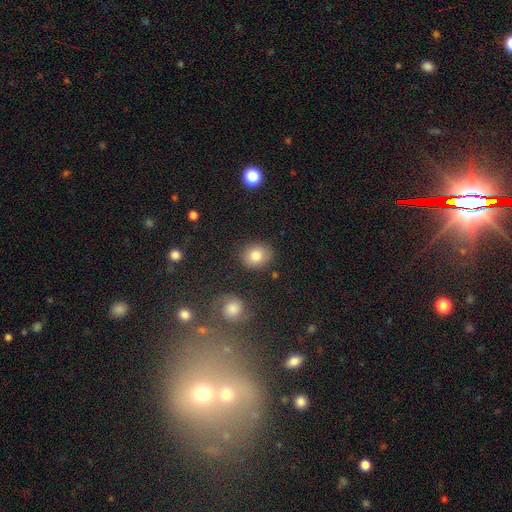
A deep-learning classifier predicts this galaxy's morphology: Smooth or featured? Predicted: smooth (p=0.83). How rounded? Predicted: round (p=0.67). Merging? Predicted: none (p=0.84).